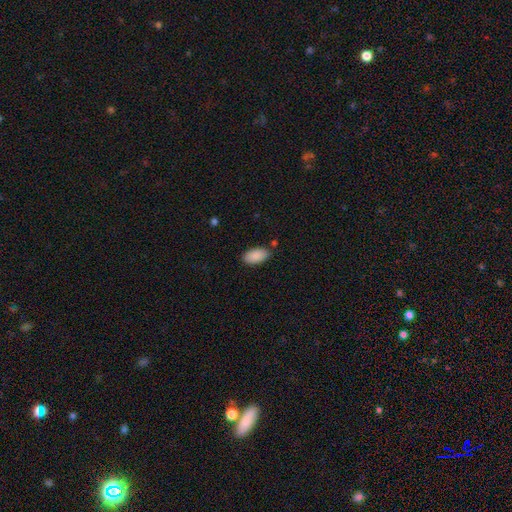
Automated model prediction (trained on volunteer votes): smooth_or_featured: smooth (p=0.90) [alt: star or artifact p=0.06]
how_rounded: in between (p=0.94) [alt: cigar-shaped p=0.03]
merging: none (p=0.83) [alt: minor disturbance p=0.12]